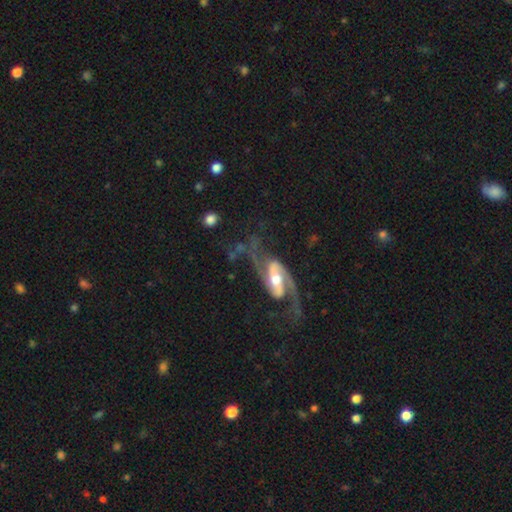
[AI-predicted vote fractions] Overall: featured or disk (75%). Edge-on disk: no (84%). Bar: no (44%; weak 35%). Spiral arms: yes (79%). Spiral arm count: 2 (75%). Spiral winding: loose (54%; medium 33%). Bulge size: moderate (56%; small 25%). Merging: none (45%; major disturbance 33%).